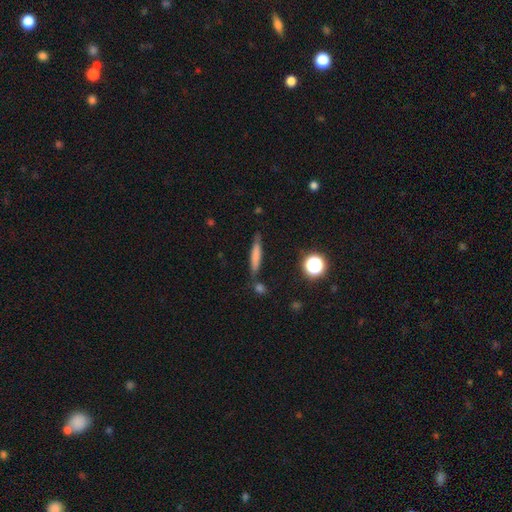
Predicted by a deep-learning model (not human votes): Smooth or featured? Predicted: smooth (p=0.69). How rounded? Predicted: cigar-shaped (p=0.88). Merging? Predicted: none (p=0.76).